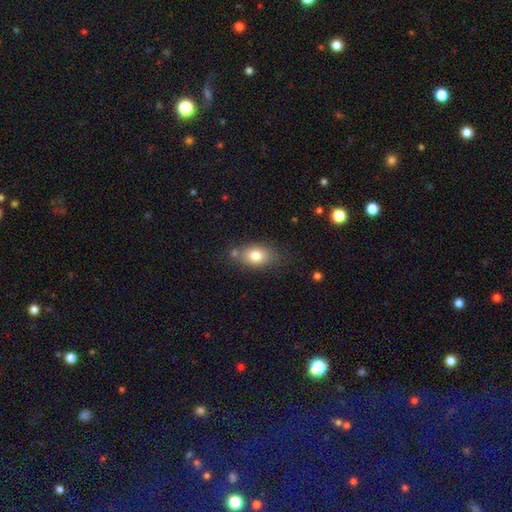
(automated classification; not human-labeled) This appears to be a smooth galaxy with no disk features (79%) that is in between round and cigar-shaped (79%). Merging: none (68%).